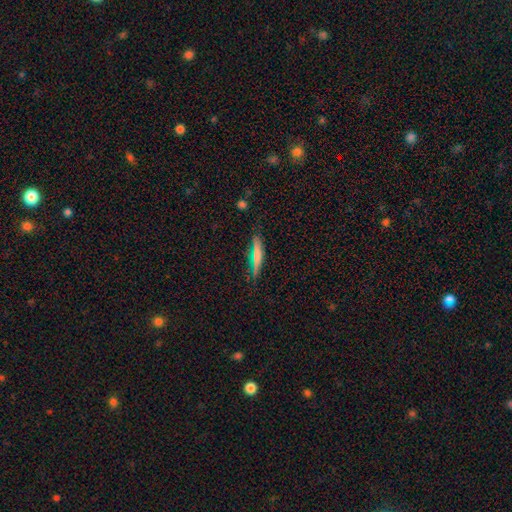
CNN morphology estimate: A smooth galaxy with no disk features (64%) that is cigar-shaped (77%).

Vote fractions:
- Smooth or featured? smooth: 64% / featured or disk: 24% / star or artifact: 13%
- How rounded? cigar-shaped: 77% / in between: 20% / round: 3%
- Merging? none: 83% / minor disturbance: 12% / major disturbance: 3% / merger: 2%